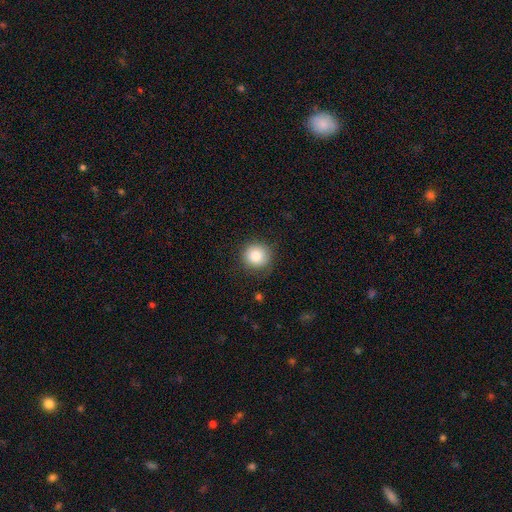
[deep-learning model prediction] smooth 82%, star or artifact 10%, featured or disk 8%. Down the decision tree: how rounded — round (94%); merging — none (85%).